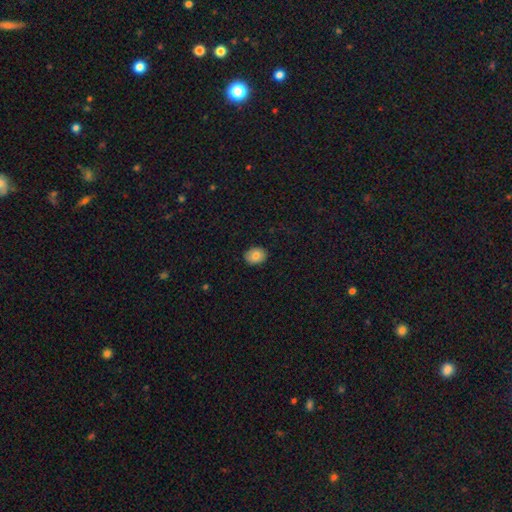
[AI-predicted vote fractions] The model was most divided on "how rounded": in between: 62%, round: 37%, cigar-shaped: 1%. More confident: merging — none (89%); smooth or featured — smooth (81%).